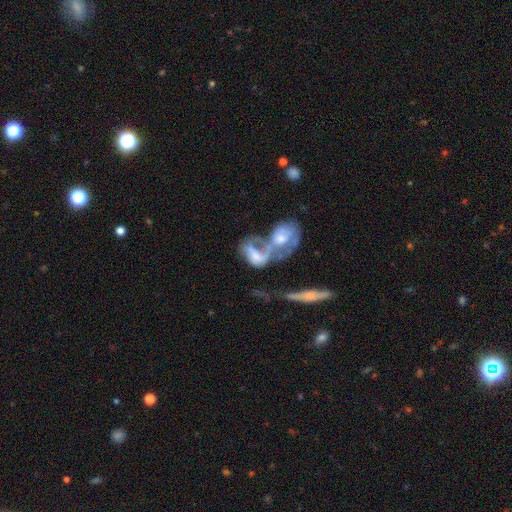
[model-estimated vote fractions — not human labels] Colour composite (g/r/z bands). It shows a featured or disk galaxy (56%) with no bar (70%), no spiral arms (58%) and a moderate central bulge (34%). Merging: merger (74%).